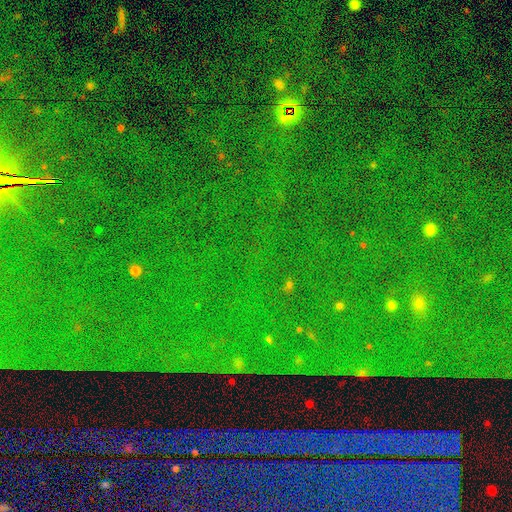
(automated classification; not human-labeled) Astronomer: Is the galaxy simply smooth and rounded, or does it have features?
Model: star or artifact — 86%.